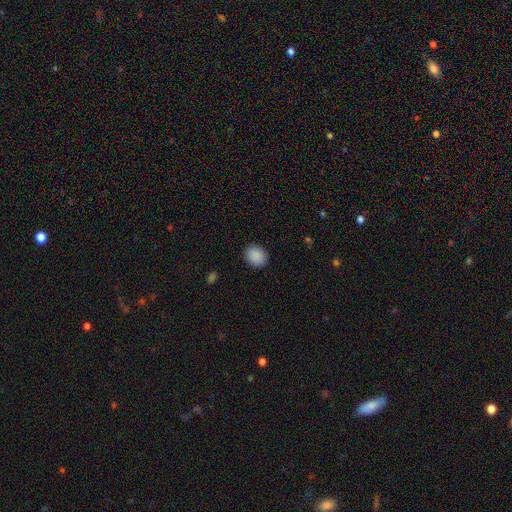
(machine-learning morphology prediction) A smooth galaxy with no disk features (89%) that is round (58%).

Vote fractions:
- Smooth or featured? smooth: 89% / star or artifact: 8% / featured or disk: 3%
- How rounded? round: 58% / in between: 41% / cigar-shaped: 1%
- Merging? none: 89% / minor disturbance: 8% / major disturbance: 2% / merger: 1%